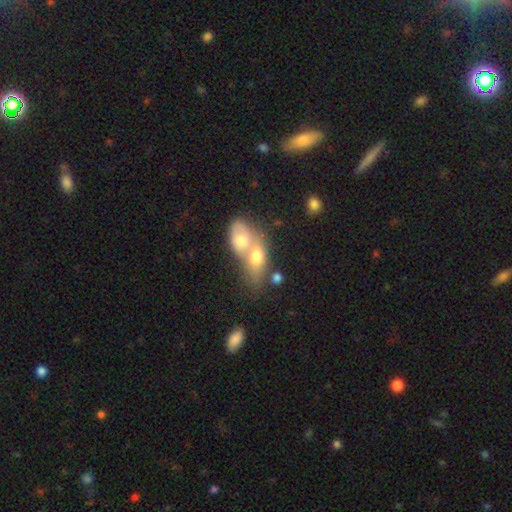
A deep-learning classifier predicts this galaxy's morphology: Smooth or featured?
  - smooth: 65% *
  - featured or disk: 27%
  - star or artifact: 8%
How rounded?
  - in between: 77% *
  - round: 15%
  - cigar-shaped: 8%
Merging?
  - merger: 76% *
  - none: 14%
  - minor disturbance: 6%
  - major disturbance: 4%